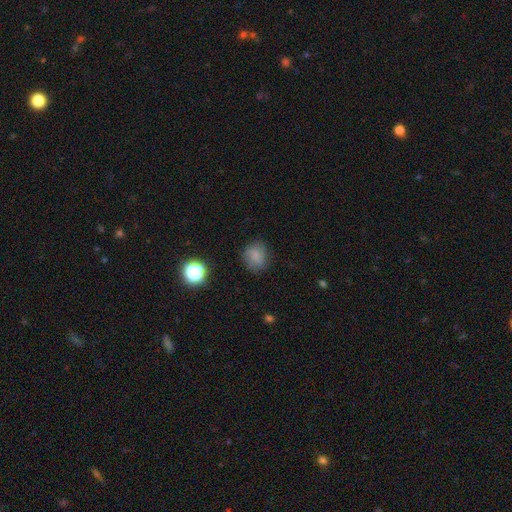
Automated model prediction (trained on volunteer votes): Morphology: type=smooth (72%); roundness=round (70%); merging=none (74%).